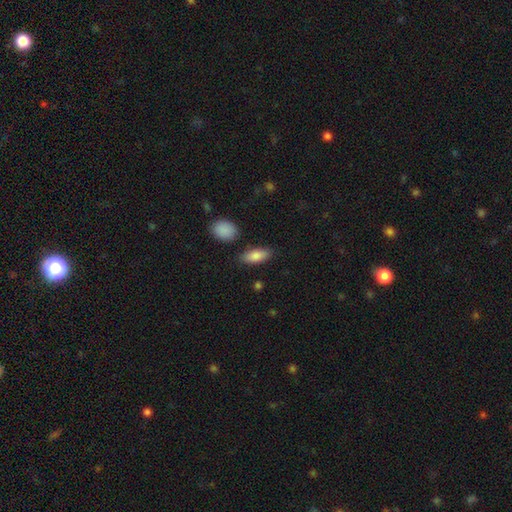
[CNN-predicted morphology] type=smooth (83%); roundness=in between (82%); merging=none (82%).